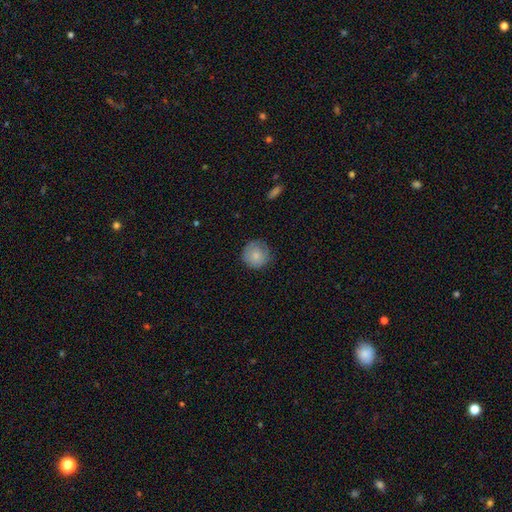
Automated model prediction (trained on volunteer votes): The model was most divided on "merging": none: 77%, minor disturbance: 18%, major disturbance: 5%, merger: 1%. More confident: how rounded — round (94%); smooth or featured — smooth (78%).